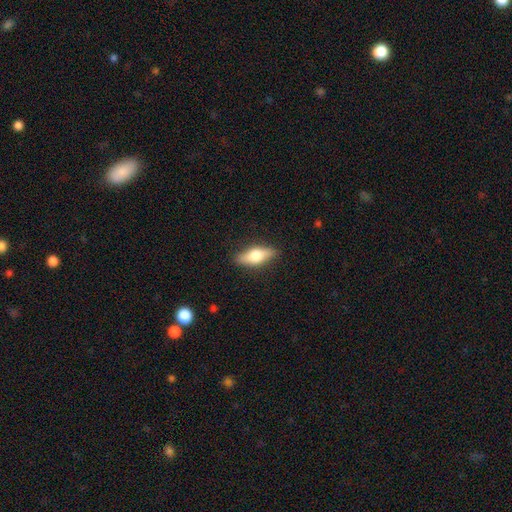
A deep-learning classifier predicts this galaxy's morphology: Overall: smooth (58%; featured or disk 36%). How rounded: in between (64%; cigar-shaped 32%). Merging: none (87%).